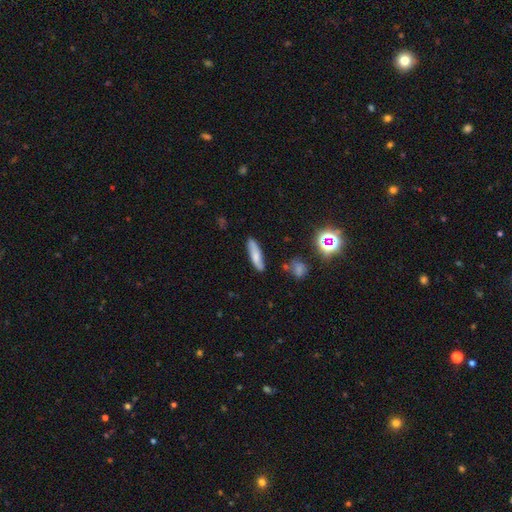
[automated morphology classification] Overall: smooth (68%). How rounded: cigar-shaped (70%). Merging: none (80%).